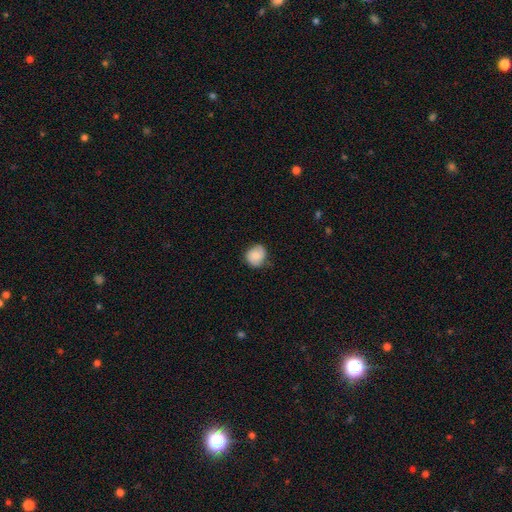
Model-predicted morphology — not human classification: Smooth or featured? Predicted: smooth (p=0.81). How rounded? Predicted: round (p=0.78). Merging? Predicted: none (p=0.70).